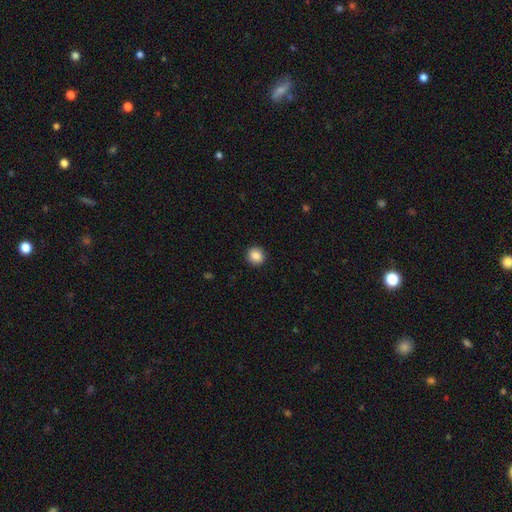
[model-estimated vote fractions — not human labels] This is clearly a smooth galaxy (87%). How rounded: clearly round (89%). Merging: clearly none (92%).